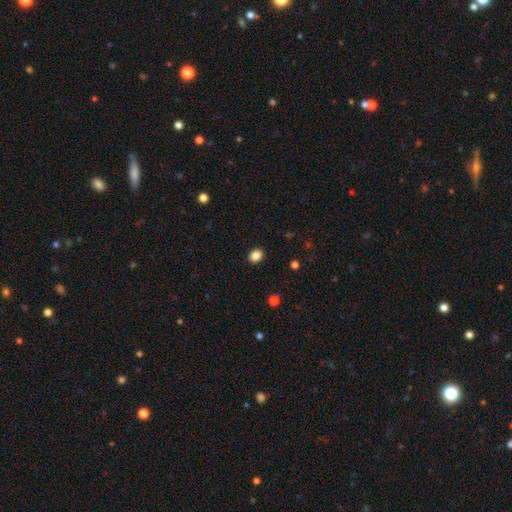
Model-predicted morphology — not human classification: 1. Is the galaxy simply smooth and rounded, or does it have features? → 86% smooth, 11% star or artifact, 4% featured or disk.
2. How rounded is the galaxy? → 55% round, 44% in between, 1% cigar-shaped.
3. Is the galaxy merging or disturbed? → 91% none, 6% minor disturbance, 2% major disturbance, 1% merger.